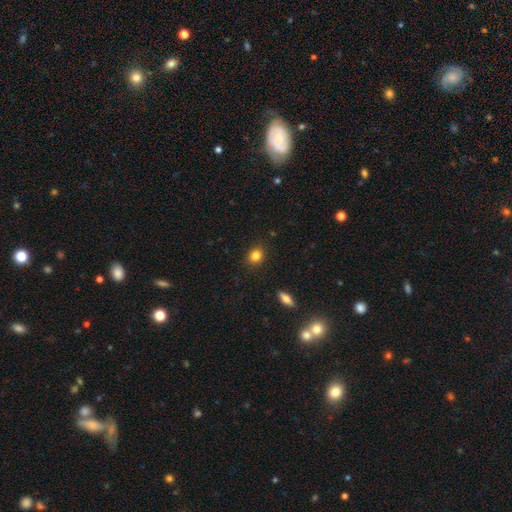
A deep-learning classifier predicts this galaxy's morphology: Q: Smooth or featured?
A: smooth (83%); runner-up: star or artifact (11%)
Q: How rounded?
A: round (73%); runner-up: in between (26%)
Q: Merging?
A: none (90%); runner-up: minor disturbance (7%)